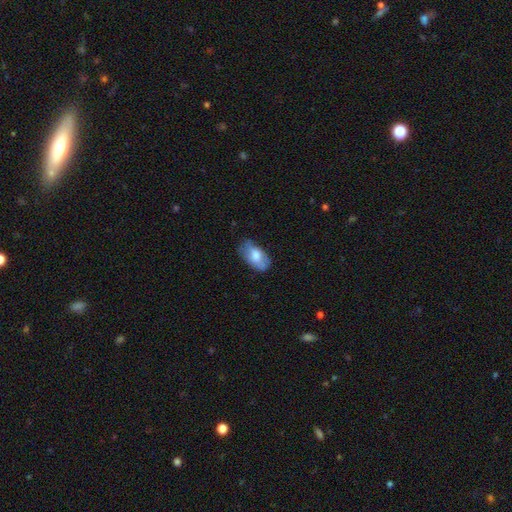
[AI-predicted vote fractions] smooth-or-featured: smooth: 67% | featured or disk: 26% | star or artifact: 7%
  how-rounded: in between: 93% | round: 5% | cigar-shaped: 2%
  merging: none: 64% | minor disturbance: 27% | major disturbance: 7% | merger: 2%